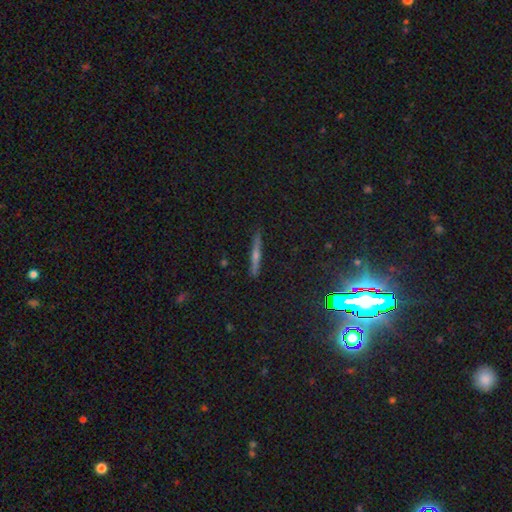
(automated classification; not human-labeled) smooth-or-featured: featured or disk: 55% | smooth: 27% | star or artifact: 18%
  disk-edge-on: yes: 96% | no: 4%
    edge-on-bulge: rounded: 80% | none: 14% | boxy: 6%
  merging: none: 90% | minor disturbance: 7% | major disturbance: 2% | merger: 1%